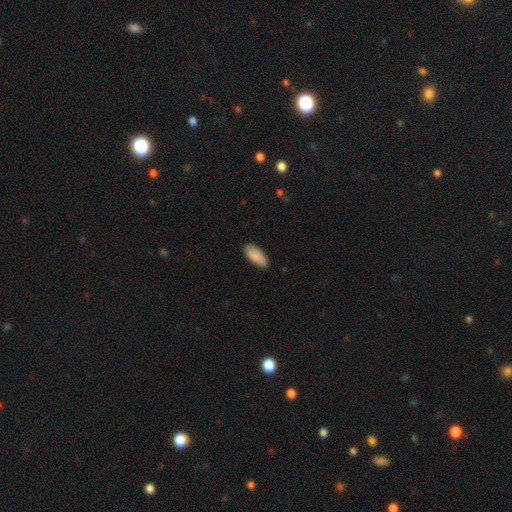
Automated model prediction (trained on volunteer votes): smooth_or_featured: smooth (p=0.89) [alt: star or artifact p=0.06]
how_rounded: in between (p=0.88) [alt: cigar-shaped p=0.10]
merging: none (p=0.85) [alt: minor disturbance p=0.12]